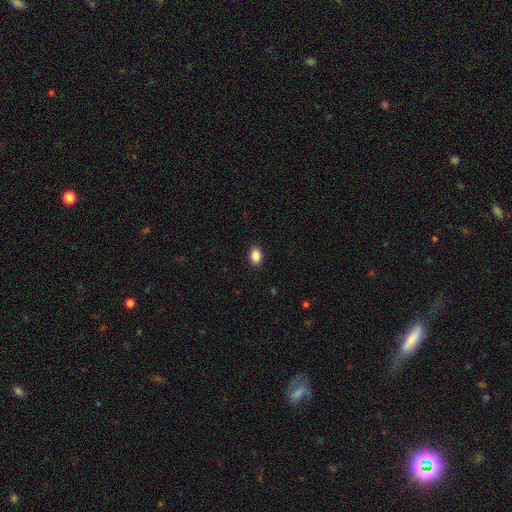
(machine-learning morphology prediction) Overall: smooth (88%). How rounded: in between (73%). Merging: none (90%).